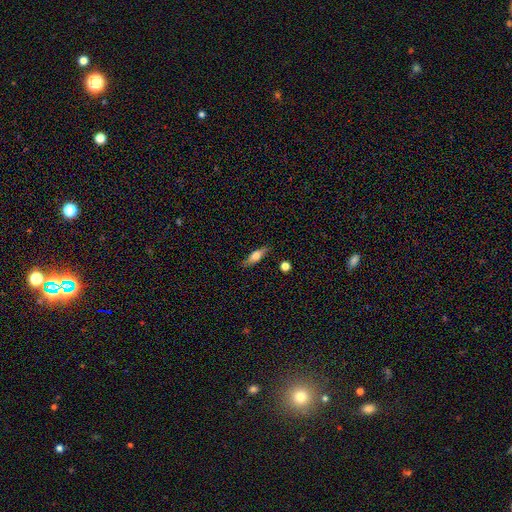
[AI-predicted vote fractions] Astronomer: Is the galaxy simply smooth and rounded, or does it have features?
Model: smooth — 61%.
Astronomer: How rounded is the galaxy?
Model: cigar-shaped — 49% (runner-up: in between, 48%).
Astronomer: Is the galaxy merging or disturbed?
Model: none — 82%.